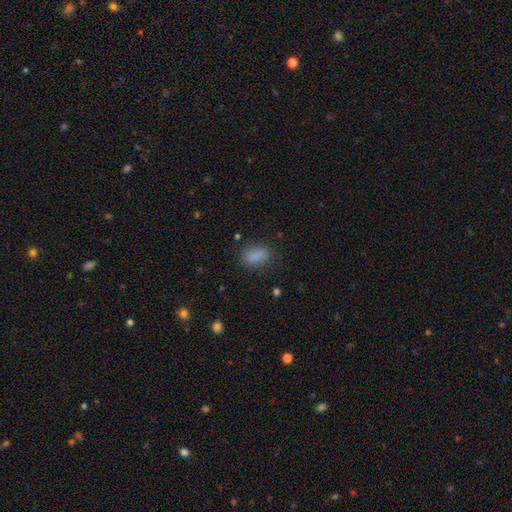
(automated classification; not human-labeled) smooth_or_featured: smooth (p=0.85) [alt: star or artifact p=0.10]
how_rounded: in between (p=0.86) [alt: round p=0.11]
merging: none (p=0.76) [alt: minor disturbance p=0.16]